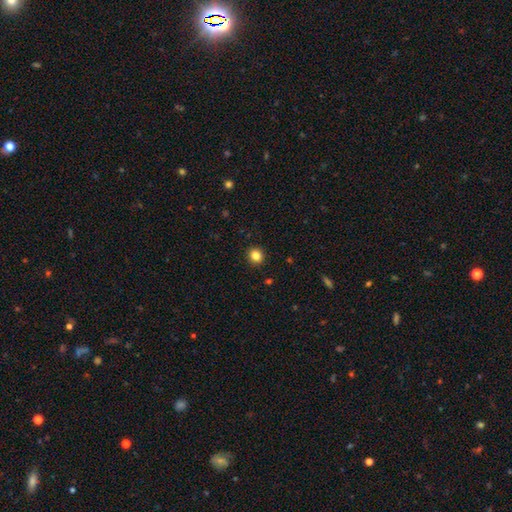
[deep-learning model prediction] A smooth galaxy with no disk features (84%) that is round (86%).

Vote fractions:
- Smooth or featured? smooth: 84% / star or artifact: 11% / featured or disk: 5%
- How rounded? round: 86% / in between: 13% / cigar-shaped: 1%
- Merging? none: 92% / minor disturbance: 5% / major disturbance: 2% / merger: 1%